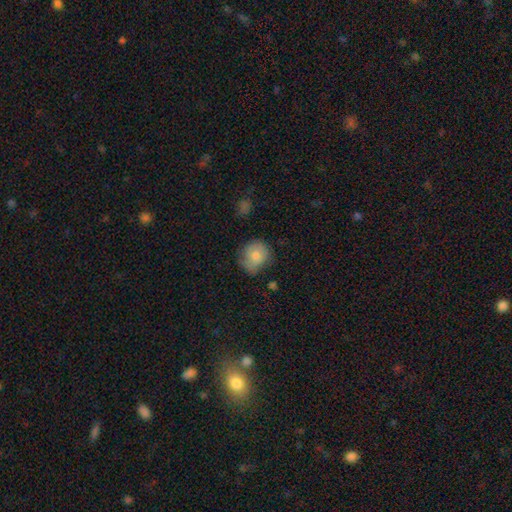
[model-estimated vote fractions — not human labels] smooth_or_featured: smooth (p=0.78) [alt: featured or disk p=0.14]
how_rounded: round (p=0.80) [alt: in between p=0.19]
merging: none (p=0.61) [alt: minor disturbance p=0.29]